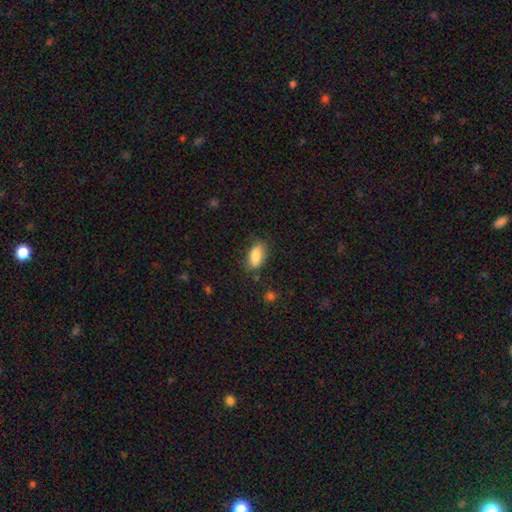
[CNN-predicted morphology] smooth_or_featured: smooth (p=0.86) [alt: featured or disk p=0.07]
how_rounded: in between (p=0.90) [alt: cigar-shaped p=0.06]
merging: none (p=0.76) [alt: minor disturbance p=0.17]